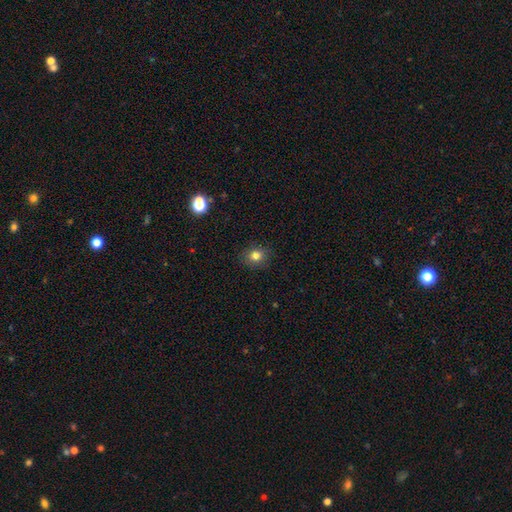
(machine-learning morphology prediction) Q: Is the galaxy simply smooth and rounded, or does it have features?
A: smooth — 80%.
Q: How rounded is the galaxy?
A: round — 71%.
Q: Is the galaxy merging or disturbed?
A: none — 88%.